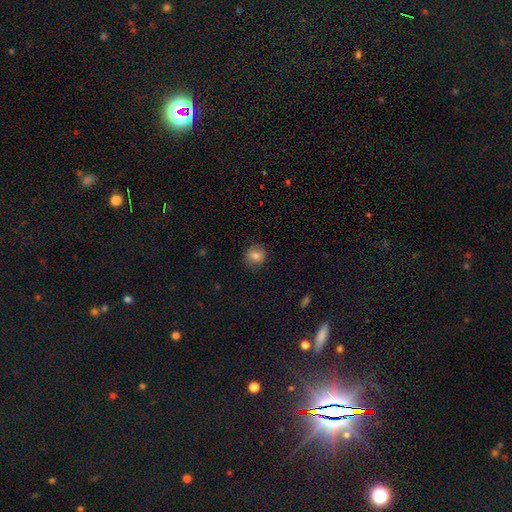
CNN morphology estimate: smooth_or_featured: smooth (p=0.80) [alt: featured or disk p=0.11]
how_rounded: round (p=0.87) [alt: in between p=0.13]
merging: none (p=0.86) [alt: minor disturbance p=0.11]